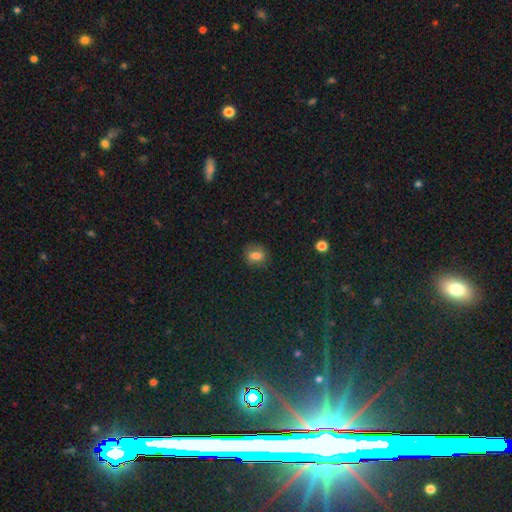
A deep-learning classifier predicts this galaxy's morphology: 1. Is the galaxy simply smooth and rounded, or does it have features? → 74% smooth, 14% star or artifact, 12% featured or disk.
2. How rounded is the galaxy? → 54% in between, 44% round, 2% cigar-shaped.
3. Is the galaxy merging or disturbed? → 77% none, 17% minor disturbance, 5% major disturbance, 2% merger.